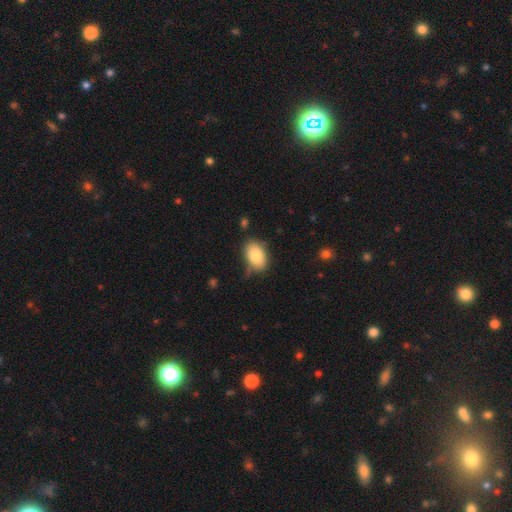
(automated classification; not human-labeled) Q: Smooth or featured?
A: smooth (85%); runner-up: featured or disk (8%)
Q: How rounded?
A: in between (90%); runner-up: round (9%)
Q: Merging?
A: none (72%); runner-up: minor disturbance (19%)